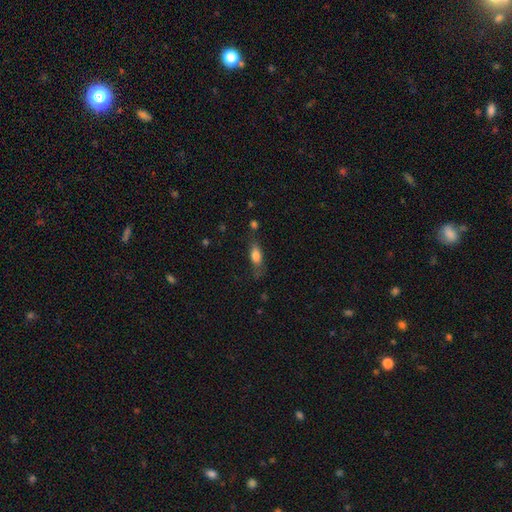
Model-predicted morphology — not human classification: A smooth galaxy with no disk features (77%) that is in between round and cigar-shaped (73%).

Vote fractions:
- Smooth or featured? smooth: 77% / featured or disk: 14% / star or artifact: 9%
- How rounded? in between: 73% / cigar-shaped: 22% / round: 5%
- Merging? none: 60% / minor disturbance: 25% / major disturbance: 12% / merger: 3%